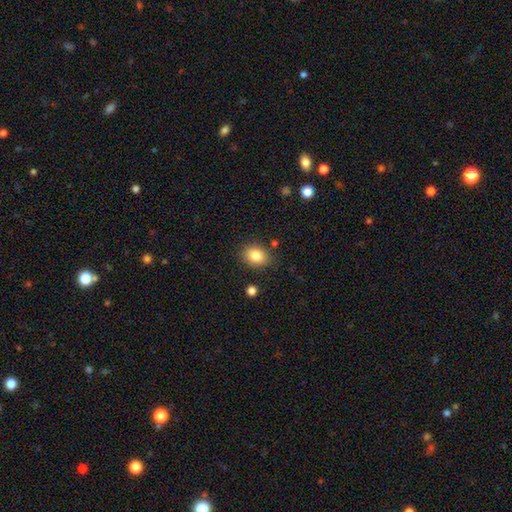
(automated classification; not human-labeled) Smooth or featured?
  - smooth: 84% *
  - star or artifact: 9%
  - featured or disk: 7%
How rounded?
  - in between: 59% *
  - round: 40%
  - cigar-shaped: 1%
Merging?
  - none: 83% *
  - minor disturbance: 11%
  - major disturbance: 3%
  - merger: 3%